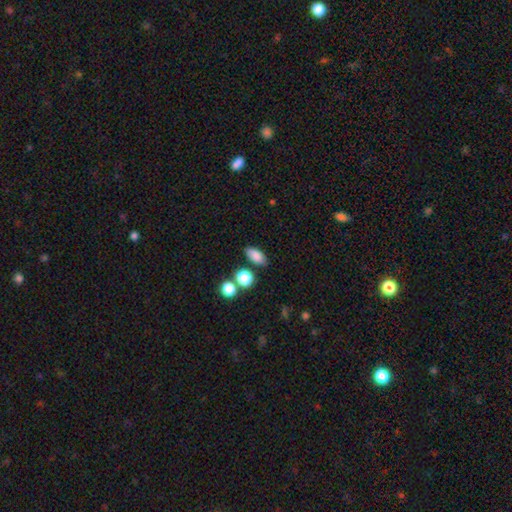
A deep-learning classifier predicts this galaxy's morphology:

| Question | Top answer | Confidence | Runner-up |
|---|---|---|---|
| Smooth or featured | smooth | 83% | star or artifact (10%) |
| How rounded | in between | 84% | round (10%) |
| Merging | none | 78% | minor disturbance (11%) |